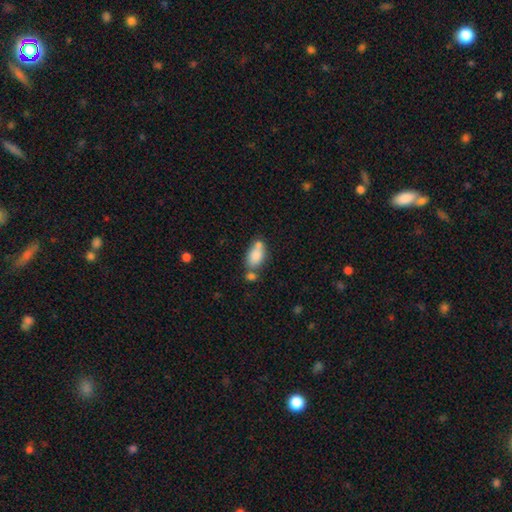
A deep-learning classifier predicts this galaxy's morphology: Q: Smooth or featured?
A: smooth (80%); runner-up: featured or disk (12%)
Q: How rounded?
A: in between (89%); runner-up: round (7%)
Q: Merging?
A: none (42%); runner-up: merger (35%)